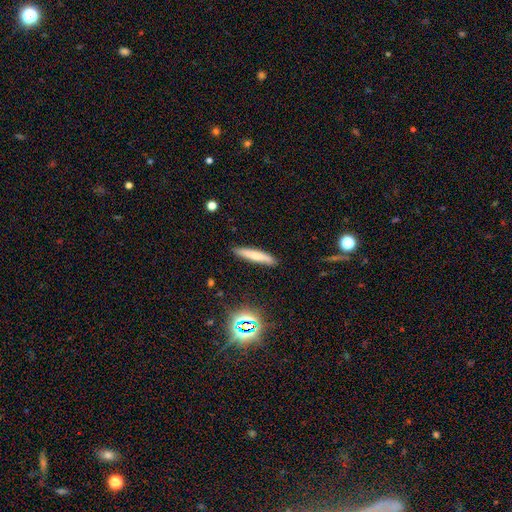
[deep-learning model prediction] Q: Smooth or featured?
A: smooth (68%); runner-up: featured or disk (23%)
Q: How rounded?
A: cigar-shaped (90%); runner-up: in between (9%)
Q: Merging?
A: none (88%); runner-up: minor disturbance (9%)